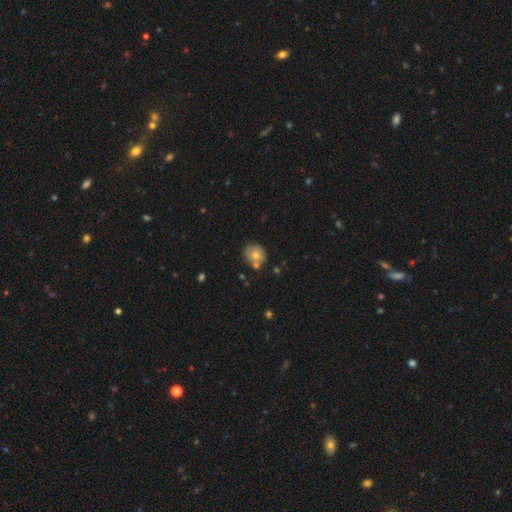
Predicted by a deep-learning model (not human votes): The model was most divided on "merging": none: 64%, minor disturbance: 17%, merger: 15%, major disturbance: 4%. More confident: how rounded — round (73%); smooth or featured — smooth (70%).